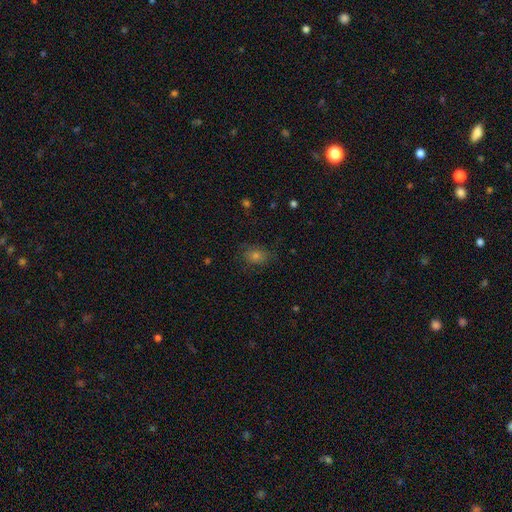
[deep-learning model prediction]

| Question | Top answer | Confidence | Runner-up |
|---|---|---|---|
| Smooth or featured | smooth | 57% | star or artifact (24%) |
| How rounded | in between | 52% | round (47%) |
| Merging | none | 76% | minor disturbance (16%) |